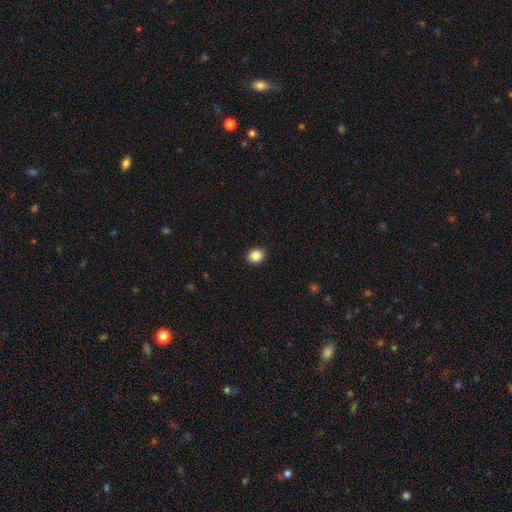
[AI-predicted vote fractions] Smooth or featured? smooth (87%)
How rounded? round (76%)
Merging? none (91%)